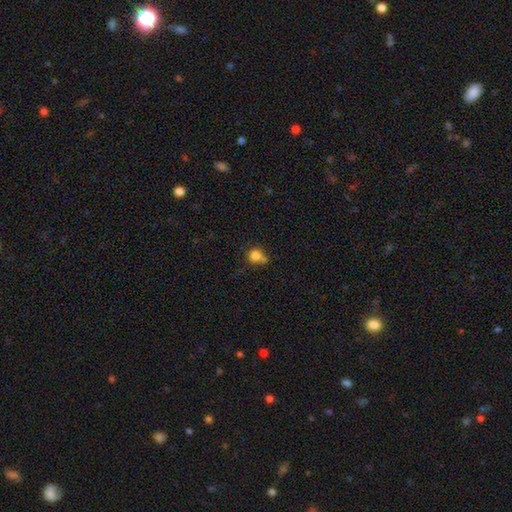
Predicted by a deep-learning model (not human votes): Smooth or featured?
  - smooth: 81% *
  - star or artifact: 12%
  - featured or disk: 7%
How rounded?
  - round: 84% *
  - in between: 15%
  - cigar-shaped: 1%
Merging?
  - none: 53% *
  - merger: 22%
  - minor disturbance: 19%
  - major disturbance: 7%